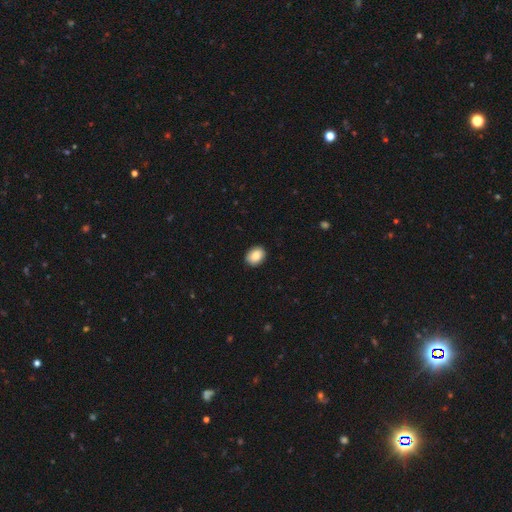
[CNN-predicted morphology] Smooth or featured: smooth — 88% (star or artifact — 7%)
How rounded: in between — 63% (round — 36%)
Merging: none — 90% (minor disturbance — 8%)